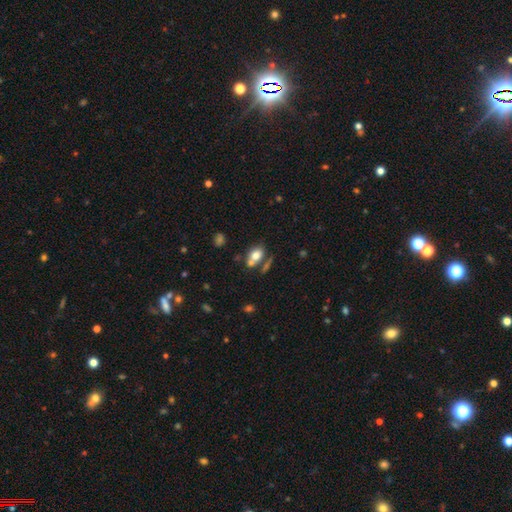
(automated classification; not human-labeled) Smooth or featured?
  - smooth: 74% *
  - featured or disk: 16%
  - star or artifact: 10%
How rounded?
  - in between: 77% *
  - round: 20%
  - cigar-shaped: 3%
Merging?
  - none: 50% *
  - merger: 30%
  - minor disturbance: 14%
  - major disturbance: 6%